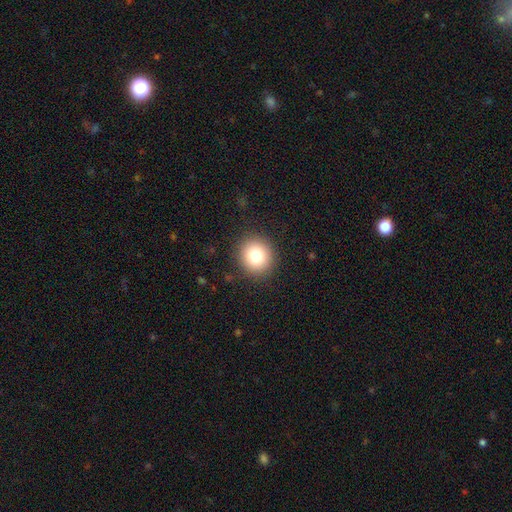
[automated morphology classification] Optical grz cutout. It shows a smooth galaxy with no disk features (81%) that is round (89%). Merging: none (89%).